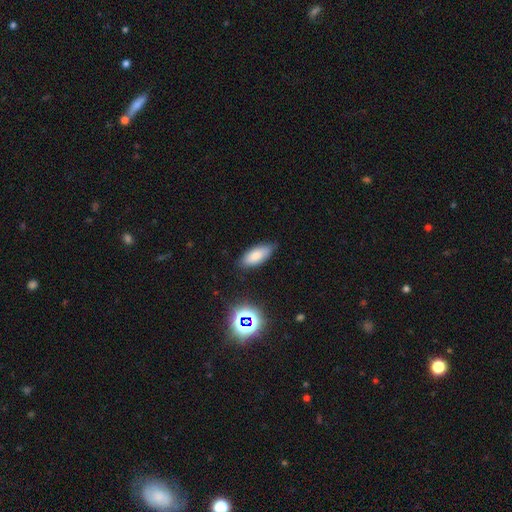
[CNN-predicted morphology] This appears to be a smooth galaxy with no disk features (80%) that is in between round and cigar-shaped (82%). Merging: none (77%).